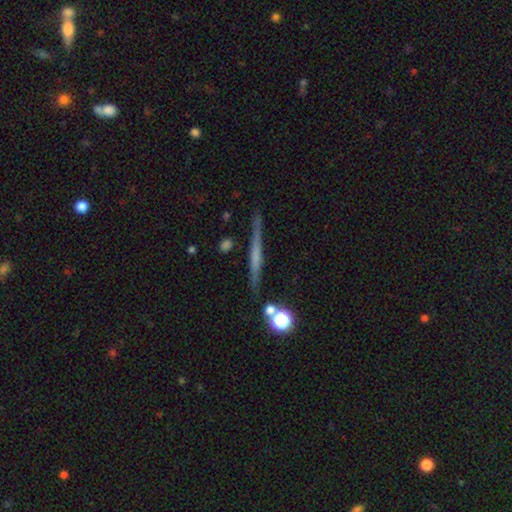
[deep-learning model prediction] Smooth or featured? featured or disk (57%)
Edge-on disk? yes (97%)
Edge-on bulge? none (67%)
Merging? none (85%)